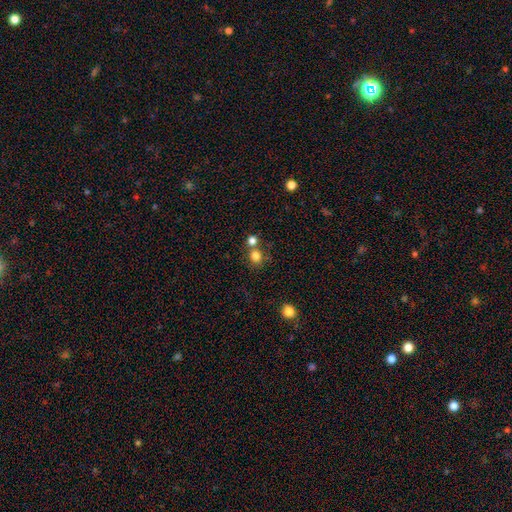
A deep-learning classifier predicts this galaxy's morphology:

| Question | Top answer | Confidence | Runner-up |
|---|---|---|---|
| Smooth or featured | smooth | 81% | star or artifact (13%) |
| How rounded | round | 83% | in between (16%) |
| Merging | none | 64% | merger (25%) |